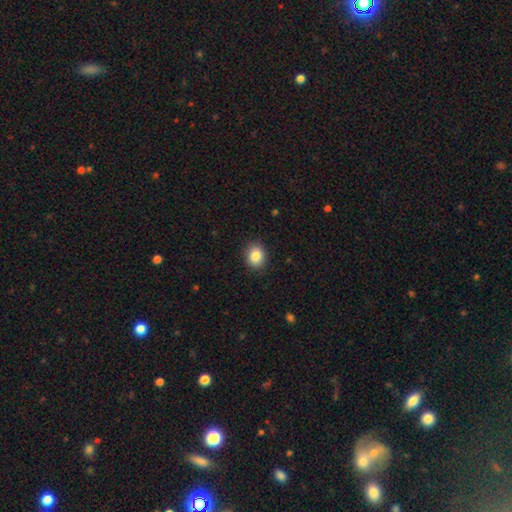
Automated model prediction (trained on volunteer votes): smooth-or-featured: smooth: 86% | star or artifact: 9% | featured or disk: 5%
  how-rounded: round: 59% | in between: 40% | cigar-shaped: 1%
  merging: none: 89% | minor disturbance: 8% | major disturbance: 2% | merger: 1%